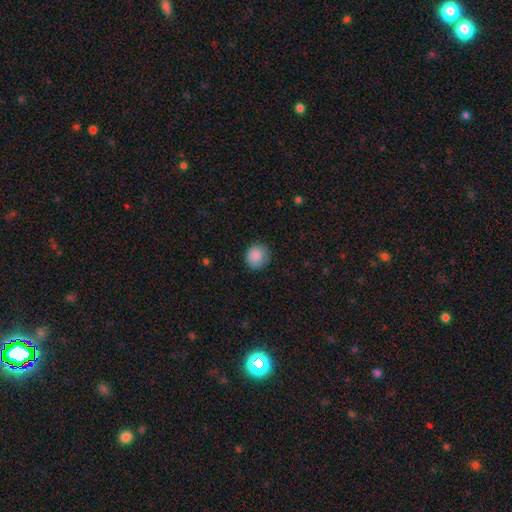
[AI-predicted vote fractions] smooth 88%, star or artifact 8%, featured or disk 4%. Down the decision tree: how rounded — round (90%); merging — none (85%).